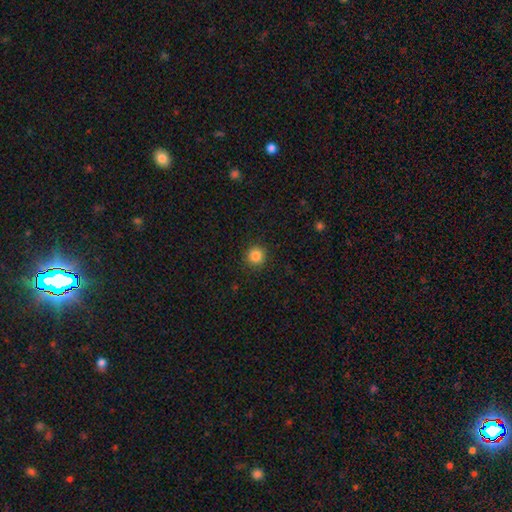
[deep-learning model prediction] Morphology: type=smooth (85%); roundness=round (94%); merging=none (92%).